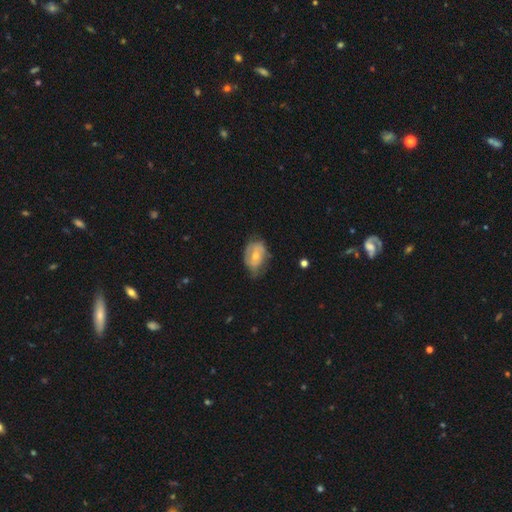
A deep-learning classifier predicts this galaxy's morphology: The model was most divided on "merging": none: 43%, minor disturbance: 39%, major disturbance: 16%, merger: 2%. Remaining: smooth or featured — featured or disk (49%).